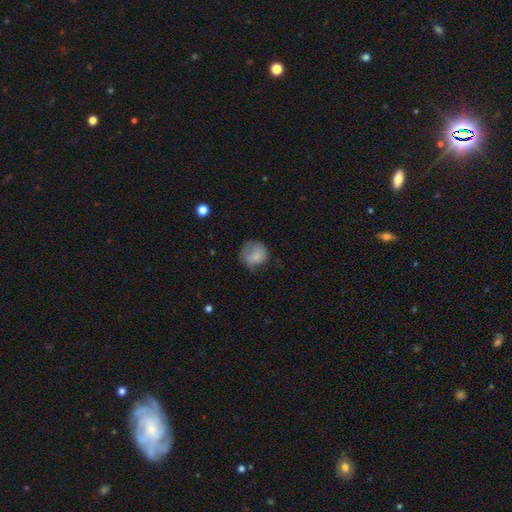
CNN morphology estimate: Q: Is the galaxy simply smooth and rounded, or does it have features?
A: smooth — 72%.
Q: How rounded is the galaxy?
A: round — 78%.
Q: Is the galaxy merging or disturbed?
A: none — 44%.